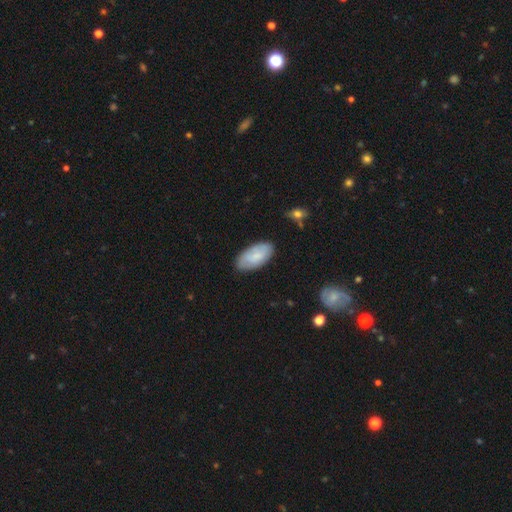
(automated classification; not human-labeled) This appears to be a smooth galaxy with no disk features (75%) that is in between round and cigar-shaped (94%). Merging: none (79%).